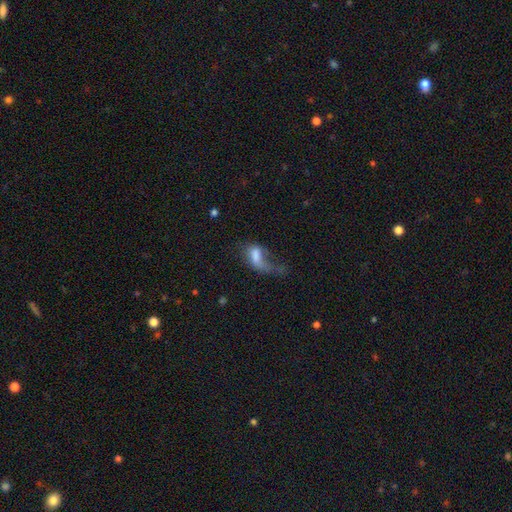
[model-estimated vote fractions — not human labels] Smooth or featured?
  - smooth: 56% *
  - featured or disk: 34%
  - star or artifact: 10%
How rounded?
  - in between: 86% *
  - round: 8%
  - cigar-shaped: 6%
Merging?
  - major disturbance: 63% *
  - none: 15%
  - minor disturbance: 15%
  - merger: 7%